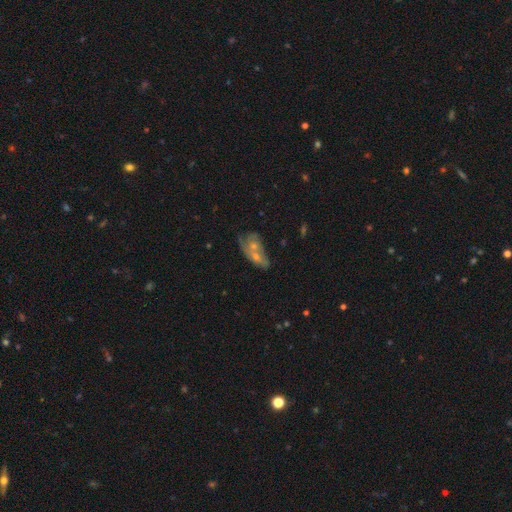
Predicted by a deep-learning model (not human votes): The model was most divided on "merging": none: 39%, merger: 32%, minor disturbance: 17%, major disturbance: 12%. More confident: edge-on disk — no (88%); smooth or featured — featured or disk (51%).